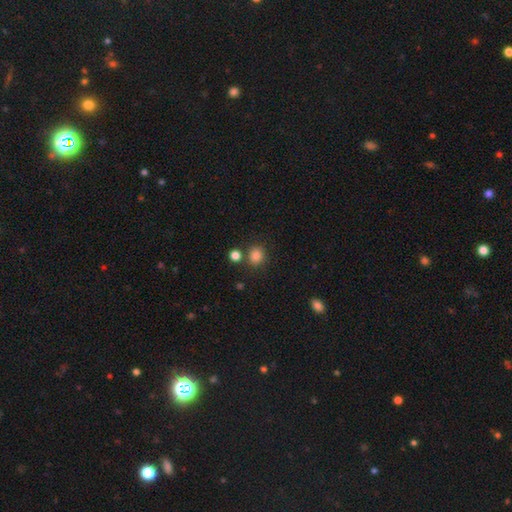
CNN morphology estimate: This appears to be a smooth galaxy with no disk features (84%) that is round (79%). Merging: none (76%).